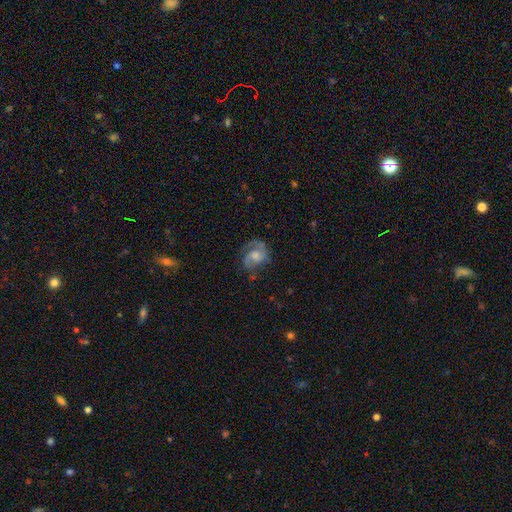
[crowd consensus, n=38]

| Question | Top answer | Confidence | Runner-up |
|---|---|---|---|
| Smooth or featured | featured or disk | 79% | smooth (21%) |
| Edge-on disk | no | 97% | yes (3%) |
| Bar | no | 52% | weak (41%) |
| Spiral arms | yes | 97% | no (3%) |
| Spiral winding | medium | 64% | tight (21%) |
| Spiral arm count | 2 | 79% | 1 (7%) |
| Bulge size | moderate | 48% | none (21%) |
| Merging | minor disturbance | 37% | none (34%) |